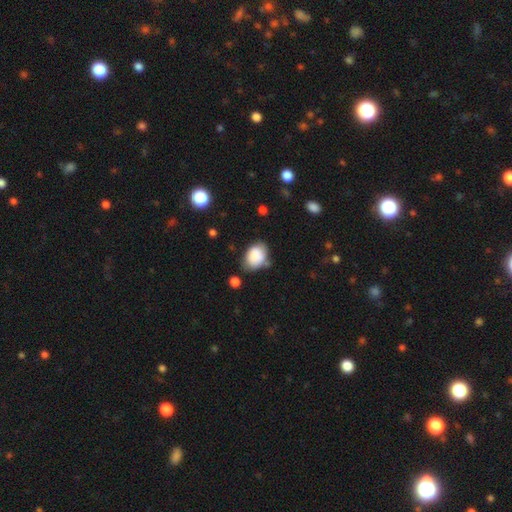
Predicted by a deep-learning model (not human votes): Morphology: type=smooth (86%); roundness=in between (76%); merging=none (61%).